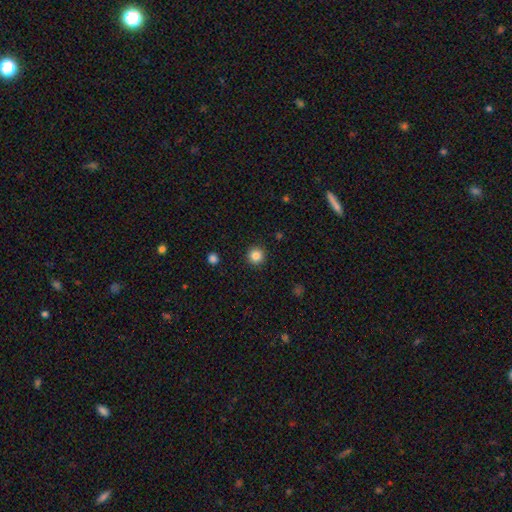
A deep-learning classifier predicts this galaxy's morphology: Smooth or featured? Predicted: smooth (p=0.85). How rounded? Predicted: round (p=0.96). Merging? Predicted: none (p=0.93).